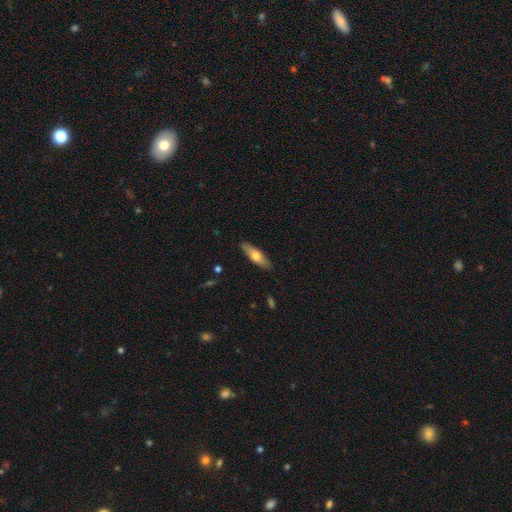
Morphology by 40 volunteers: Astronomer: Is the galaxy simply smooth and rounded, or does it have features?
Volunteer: smooth — 62%.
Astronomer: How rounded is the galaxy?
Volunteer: in between — 56% (runner-up: cigar-shaped, 44%).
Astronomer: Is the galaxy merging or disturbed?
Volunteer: none — 97%.